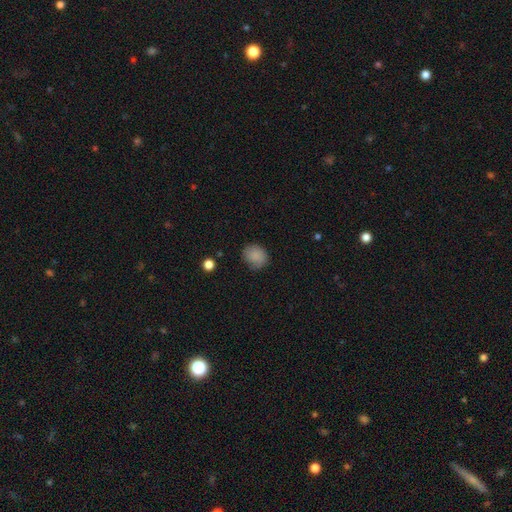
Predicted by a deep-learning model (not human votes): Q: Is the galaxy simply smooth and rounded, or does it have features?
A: smooth — 84%.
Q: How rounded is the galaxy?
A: round — 73%.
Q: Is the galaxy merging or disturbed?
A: none — 72%.